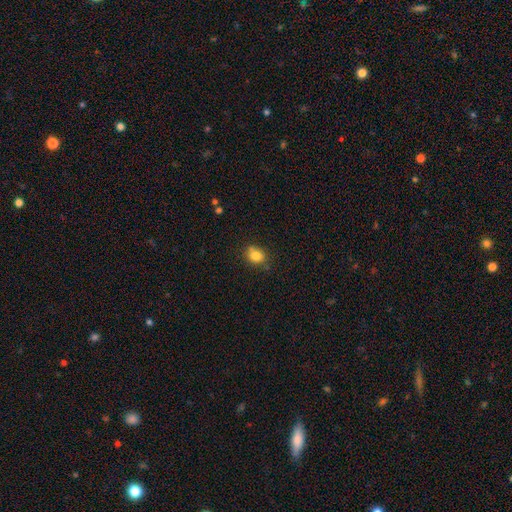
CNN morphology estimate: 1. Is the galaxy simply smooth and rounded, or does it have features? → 82% smooth, 11% star or artifact, 7% featured or disk.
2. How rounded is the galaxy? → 54% round, 45% in between, 1% cigar-shaped.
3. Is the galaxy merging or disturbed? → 72% none, 18% minor disturbance, 6% merger, 4% major disturbance.